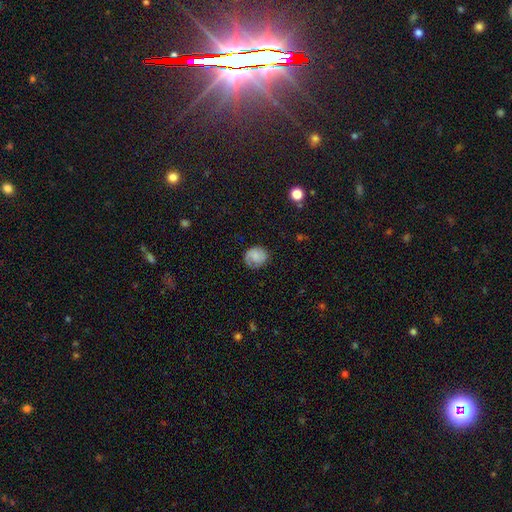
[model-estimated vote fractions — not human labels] This is possibly a smooth galaxy (54%). How rounded: likely round (74%). Merging: likely none (71%).